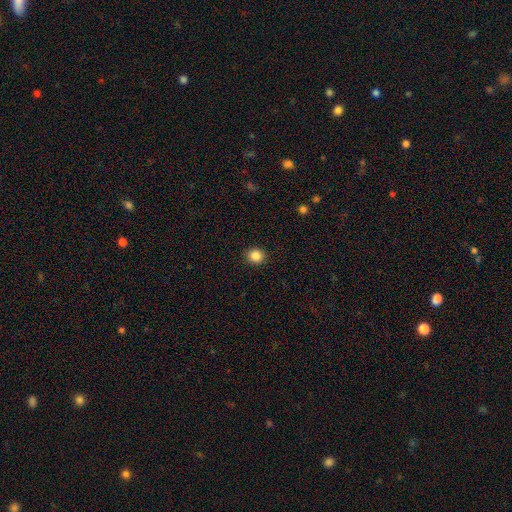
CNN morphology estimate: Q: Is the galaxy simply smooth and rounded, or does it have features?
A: smooth — 86%.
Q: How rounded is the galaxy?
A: round — 84%.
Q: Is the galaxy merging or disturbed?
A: none — 92%.